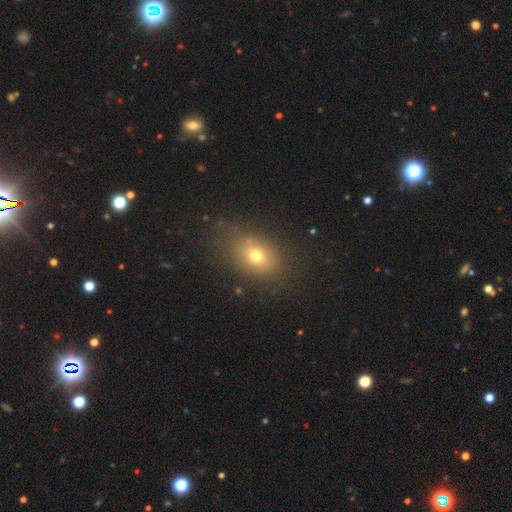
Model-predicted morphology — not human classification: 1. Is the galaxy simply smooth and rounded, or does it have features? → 70% smooth, 16% star or artifact, 14% featured or disk.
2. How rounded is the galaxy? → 66% in between, 32% round, 2% cigar-shaped.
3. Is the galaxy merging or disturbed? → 77% none, 14% minor disturbance, 7% major disturbance, 2% merger.